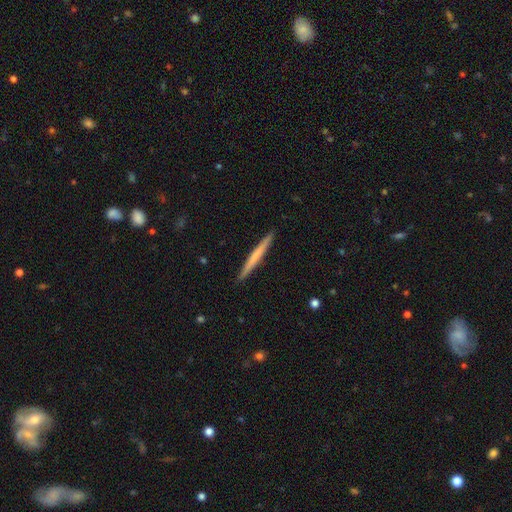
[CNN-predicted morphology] type=smooth (54%); roundness=cigar-shaped (97%); merging=none (92%).